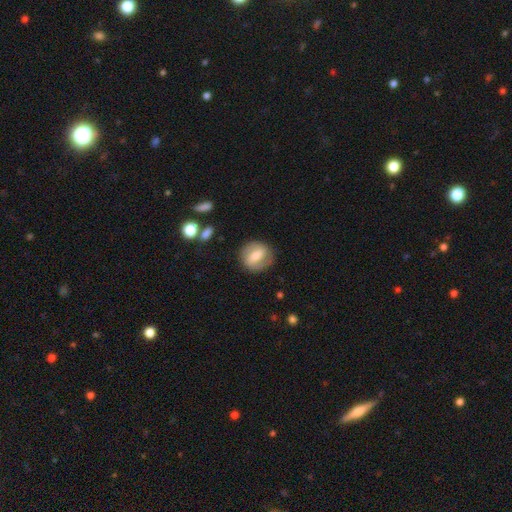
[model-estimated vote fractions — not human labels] The model was most divided on "smooth or featured": smooth: 49%, featured or disk: 44%, star or artifact: 7%. More confident: merging — none (82%).